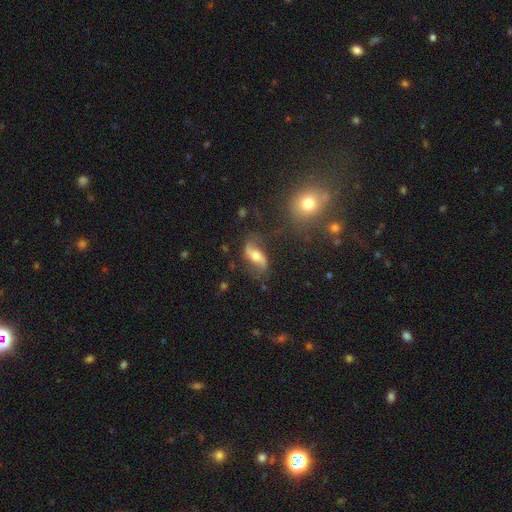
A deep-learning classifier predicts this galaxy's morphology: Smooth or featured? Predicted: featured or disk (p=0.79). Edge-on disk? Predicted: no (p=0.93). Bar? Predicted: no (p=0.45). Spiral arms? Predicted: yes (p=0.93). Spiral winding? Predicted: loose (p=0.80). Spiral arm count? Predicted: 2 (p=0.93). Bulge size? Predicted: moderate (p=0.62). Merging? Predicted: none (p=0.72).